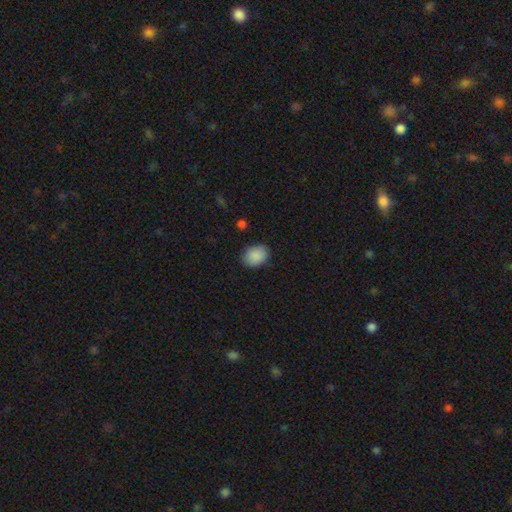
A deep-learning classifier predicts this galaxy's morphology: A smooth galaxy with no disk features (89%) that is in between round and cigar-shaped (61%).

Vote fractions:
- Smooth or featured? smooth: 89% / star or artifact: 7% / featured or disk: 4%
- How rounded? in between: 61% / round: 38% / cigar-shaped: 1%
- Merging? none: 84% / minor disturbance: 12% / major disturbance: 3% / merger: 1%